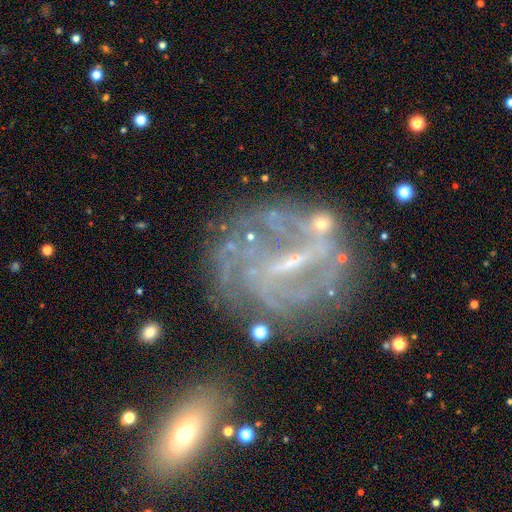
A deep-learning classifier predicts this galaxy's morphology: Smooth or featured? Predicted: featured or disk (p=0.79). Edge-on disk? Predicted: no (p=0.95). Bar? Predicted: weak (p=0.41). Spiral arms? Predicted: yes (p=0.76). Spiral winding? Predicted: tight (p=0.46). Spiral arm count? Predicted: can't tell (p=0.45). Bulge size? Predicted: small (p=0.61). Merging? Predicted: none (p=0.60).